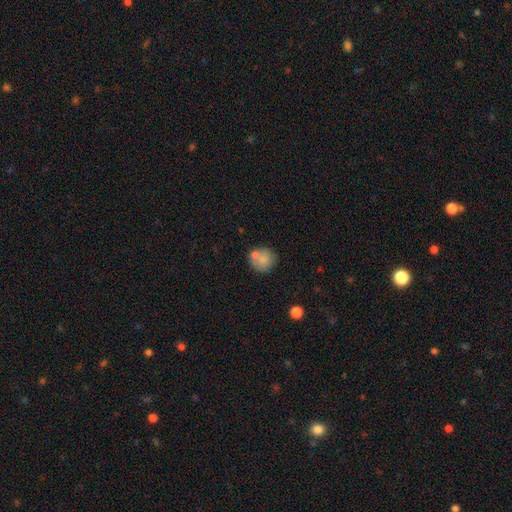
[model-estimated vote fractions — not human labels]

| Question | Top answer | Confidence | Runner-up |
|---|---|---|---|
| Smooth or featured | smooth | 75% | featured or disk (15%) |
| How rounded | round | 89% | in between (10%) |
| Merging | none | 64% | merger (20%) |